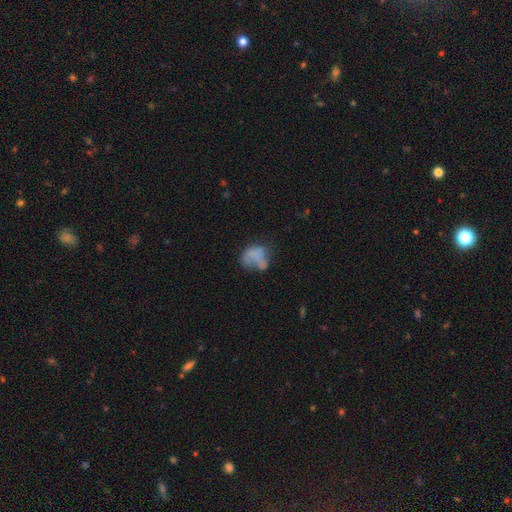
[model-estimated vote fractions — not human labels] smooth 58%, featured or disk 31%, star or artifact 11%. Down the decision tree: how rounded — in between (64%); merging — major disturbance (32%).